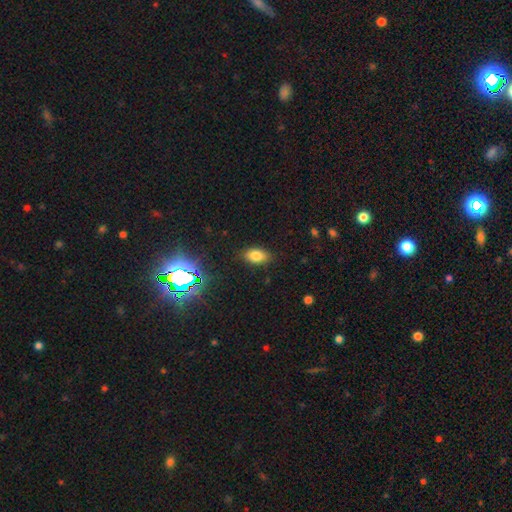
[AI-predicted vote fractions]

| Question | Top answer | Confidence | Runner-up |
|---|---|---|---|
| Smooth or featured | smooth | 77% | star or artifact (14%) |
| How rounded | in between | 88% | round (9%) |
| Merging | none | 86% | minor disturbance (10%) |